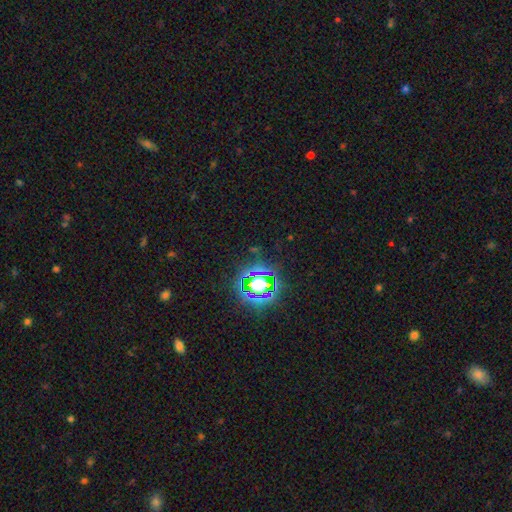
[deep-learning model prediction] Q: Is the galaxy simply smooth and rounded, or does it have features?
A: star or artifact — 76%.